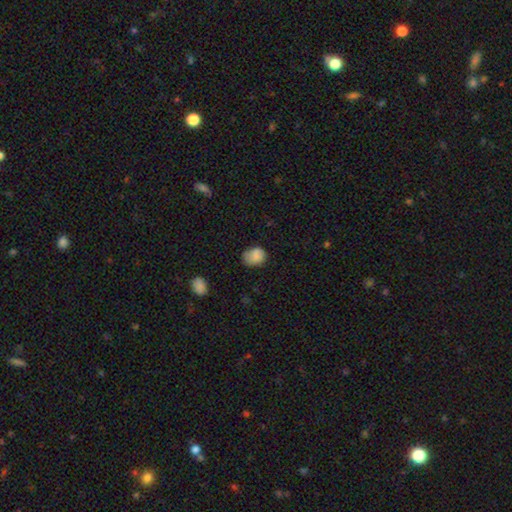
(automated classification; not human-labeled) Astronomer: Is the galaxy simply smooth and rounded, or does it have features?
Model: smooth — 83%.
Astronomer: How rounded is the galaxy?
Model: round — 53% (runner-up: in between, 46%).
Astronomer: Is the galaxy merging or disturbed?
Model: none — 60%.